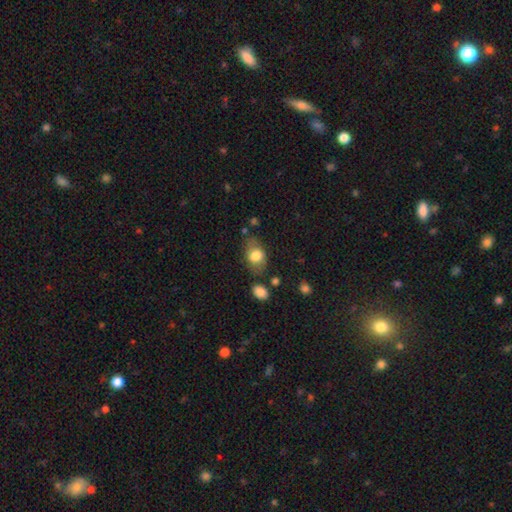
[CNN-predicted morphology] A smooth galaxy with no disk features (74%) that is in between round and cigar-shaped (83%). Merging: none (68%).